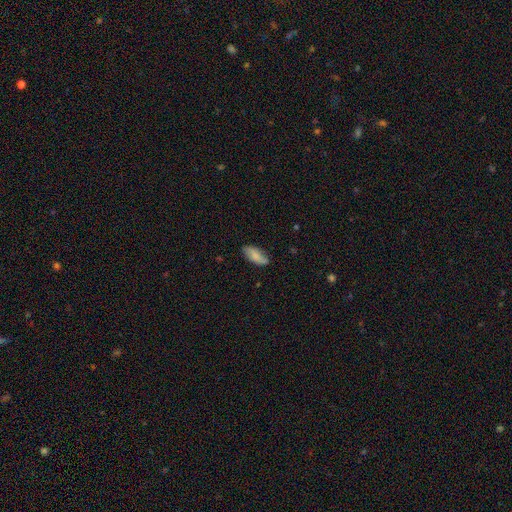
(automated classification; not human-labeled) Smooth or featured?
  - smooth: 78% *
  - featured or disk: 16%
  - star or artifact: 6%
How rounded?
  - in between: 83% *
  - cigar-shaped: 15%
  - round: 2%
Merging?
  - none: 75% *
  - minor disturbance: 20%
  - major disturbance: 3%
  - merger: 2%